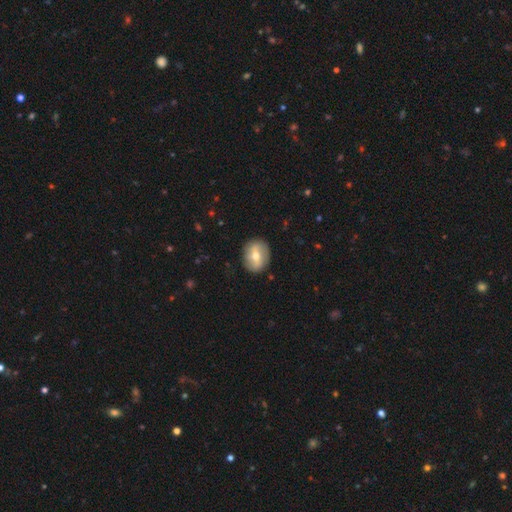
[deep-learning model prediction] smooth-or-featured: featured or disk: 47% | smooth: 46% | star or artifact: 7%
  merging: none: 87% | minor disturbance: 10% | major disturbance: 3% | merger: 1%